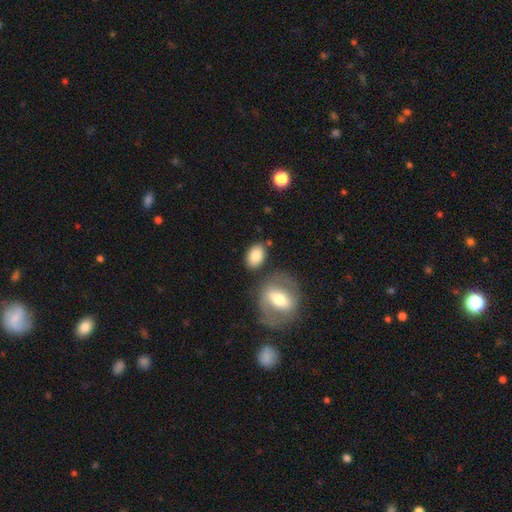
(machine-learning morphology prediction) Smooth or featured?
  - smooth: 81% *
  - featured or disk: 12%
  - star or artifact: 7%
How rounded?
  - in between: 83% *
  - round: 15%
  - cigar-shaped: 2%
Merging?
  - none: 74% *
  - minor disturbance: 12%
  - merger: 9%
  - major disturbance: 4%